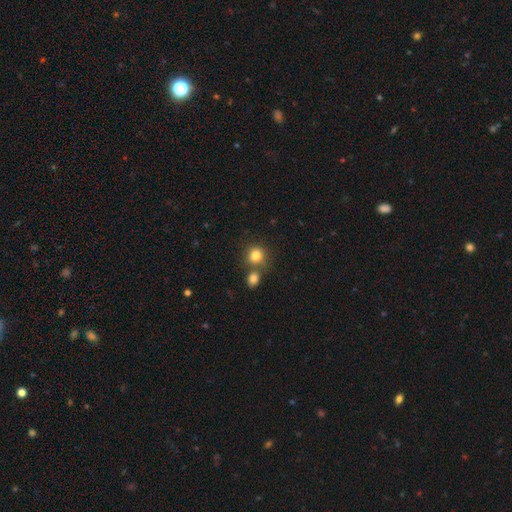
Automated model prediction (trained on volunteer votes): This is clearly a smooth galaxy (82%). How rounded: clearly round (86%). Merging: likely none (61%).